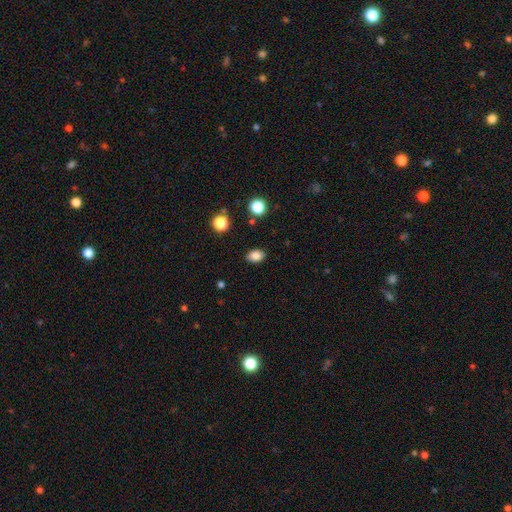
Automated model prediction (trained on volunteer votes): smooth-or-featured: smooth: 84% | star or artifact: 10% | featured or disk: 6%
  how-rounded: in between: 77% | round: 21% | cigar-shaped: 1%
  merging: none: 87% | minor disturbance: 9% | major disturbance: 2% | merger: 1%